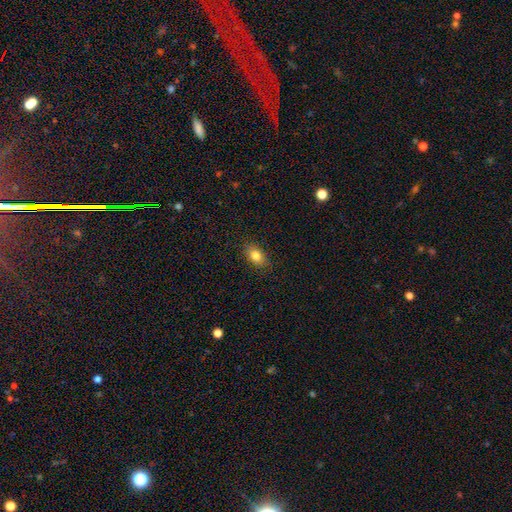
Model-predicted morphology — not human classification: smooth 80%, featured or disk 10%, star or artifact 10%. Down the decision tree: how rounded — in between (81%); merging — none (86%).